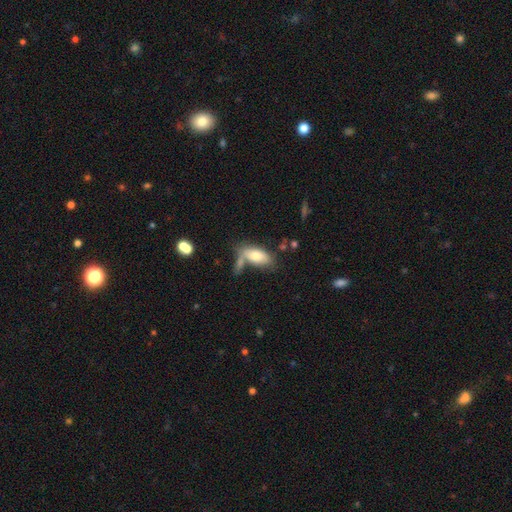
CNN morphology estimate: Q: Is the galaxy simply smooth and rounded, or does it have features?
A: smooth — 74%.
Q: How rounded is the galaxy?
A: in between — 87%.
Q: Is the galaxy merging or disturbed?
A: none — 50%.